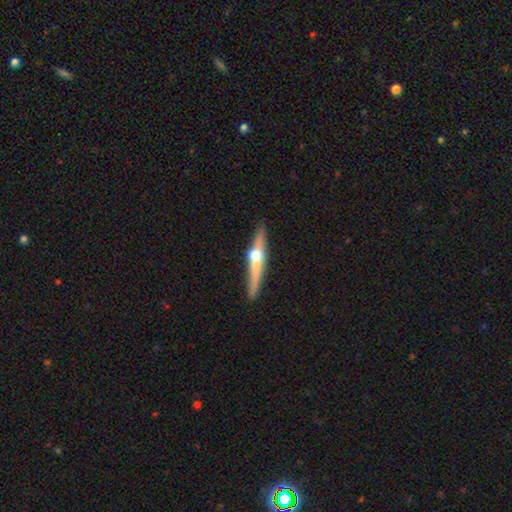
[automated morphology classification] Smooth or featured: featured or disk — 69% (smooth — 26%)
Edge-on disk: yes — 96% (no — 4%)
Edge-on bulge: rounded — 93% (none — 4%)
Merging: none — 85% (minor disturbance — 11%)